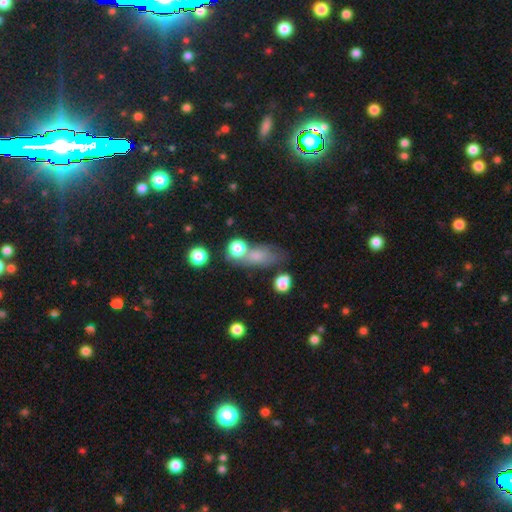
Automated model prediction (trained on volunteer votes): Smooth or featured? Predicted: smooth (p=0.69). How rounded? Predicted: in between (p=0.69). Merging? Predicted: none (p=0.46).